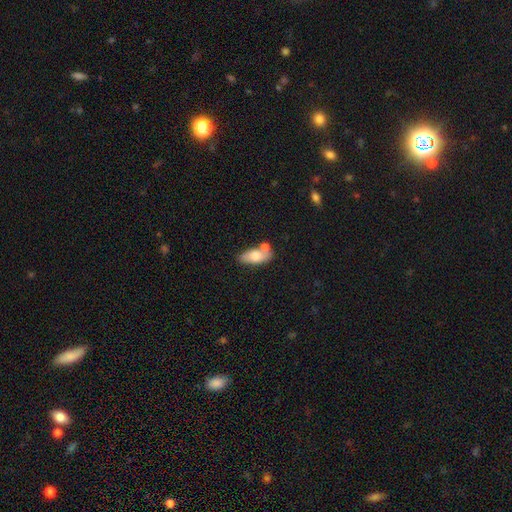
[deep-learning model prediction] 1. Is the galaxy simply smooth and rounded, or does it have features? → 68% smooth, 25% featured or disk, 7% star or artifact.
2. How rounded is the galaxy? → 85% in between, 11% cigar-shaped, 4% round.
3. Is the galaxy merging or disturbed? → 53% none, 25% merger, 17% minor disturbance, 5% major disturbance.